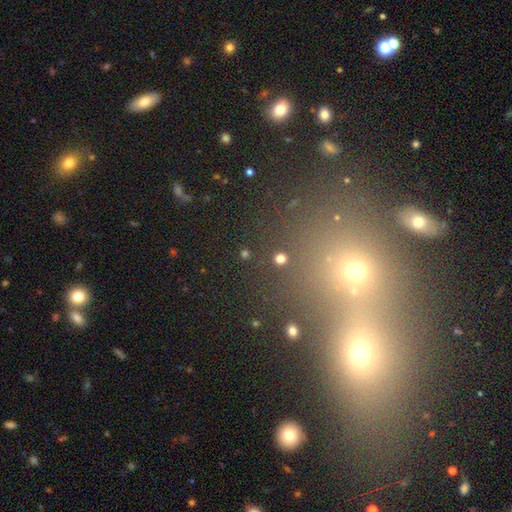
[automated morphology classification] A star or artifact, not a galaxy (44%).